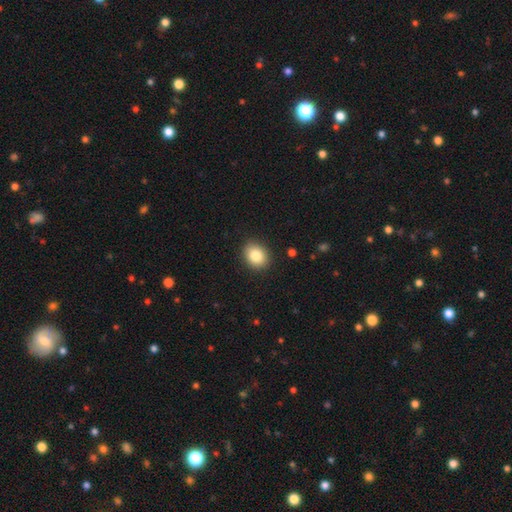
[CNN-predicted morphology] Smooth or featured: smooth — 84% (star or artifact — 9%)
How rounded: round — 52% (in between — 47%)
Merging: none — 89% (minor disturbance — 8%)